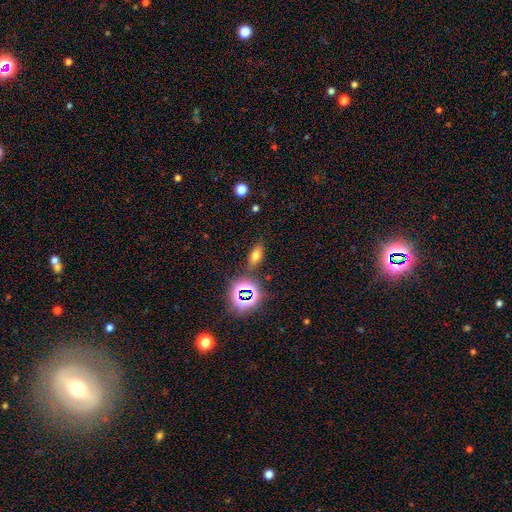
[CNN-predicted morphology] Overall: smooth (61%; star or artifact 25%). How rounded: in between (74%). Merging: none (82%).